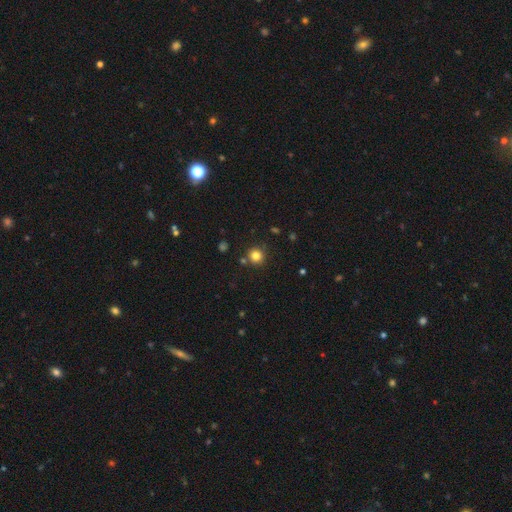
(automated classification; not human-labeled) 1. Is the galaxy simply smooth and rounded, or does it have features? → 81% smooth, 14% star or artifact, 6% featured or disk.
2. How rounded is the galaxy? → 93% round, 6% in between, 1% cigar-shaped.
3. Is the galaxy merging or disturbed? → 82% none, 8% minor disturbance, 7% merger, 3% major disturbance.